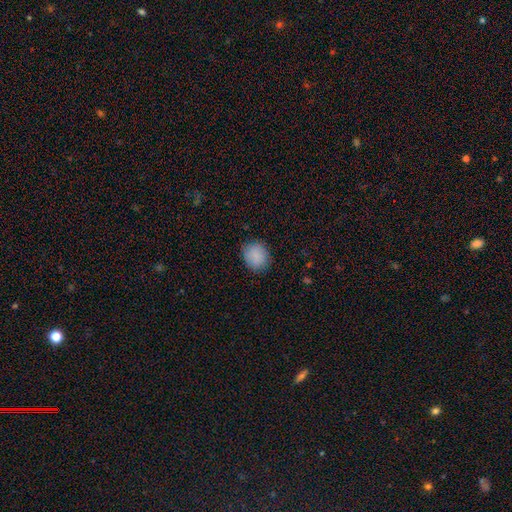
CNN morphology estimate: A smooth galaxy with no disk features (88%) that is round (63%).

Vote fractions:
- Smooth or featured? smooth: 88% / star or artifact: 8% / featured or disk: 4%
- How rounded? round: 63% / in between: 36% / cigar-shaped: 1%
- Merging? none: 83% / minor disturbance: 13% / major disturbance: 3% / merger: 1%